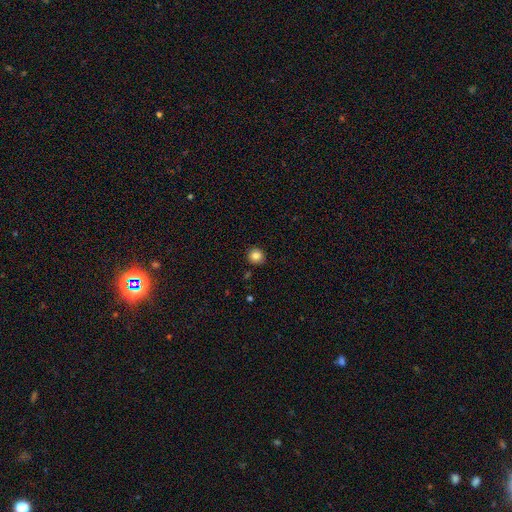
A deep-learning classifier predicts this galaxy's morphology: smooth 85%, star or artifact 11%, featured or disk 5%. Down the decision tree: how rounded — round (93%); merging — none (91%).